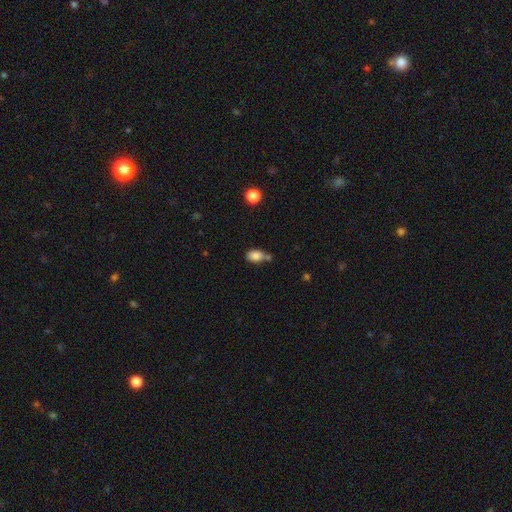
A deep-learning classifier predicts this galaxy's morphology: A smooth galaxy with no disk features (84%) that is in between round and cigar-shaped (85%). Merging: none (54%).